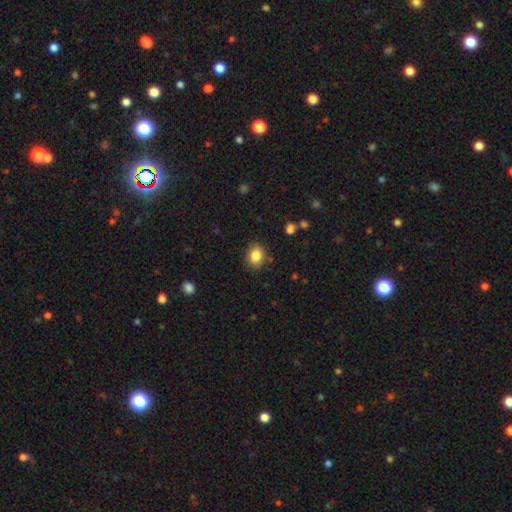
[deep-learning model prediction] Q: Smooth or featured?
A: smooth (85%); runner-up: star or artifact (10%)
Q: How rounded?
A: round (54%); runner-up: in between (45%)
Q: Merging?
A: none (86%); runner-up: minor disturbance (10%)